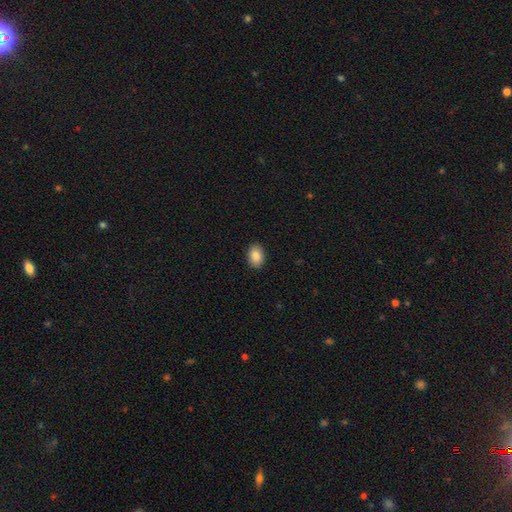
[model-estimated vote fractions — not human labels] Morphology: type=smooth (87%); roundness=in between (77%); merging=none (90%).